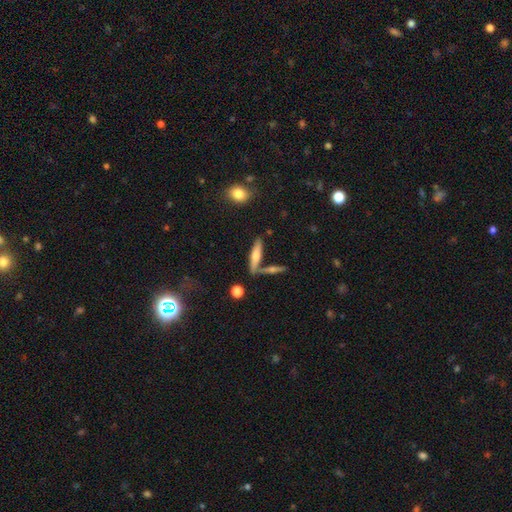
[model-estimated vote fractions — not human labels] This is possibly a smooth galaxy (57%). How rounded: likely cigar-shaped (77%). Merging: likely none (63%).